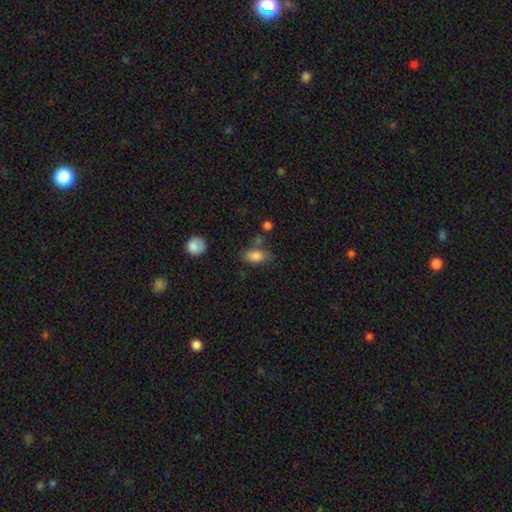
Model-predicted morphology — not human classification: Smooth or featured? smooth (84%)
How rounded? in between (87%)
Merging? none (64%)